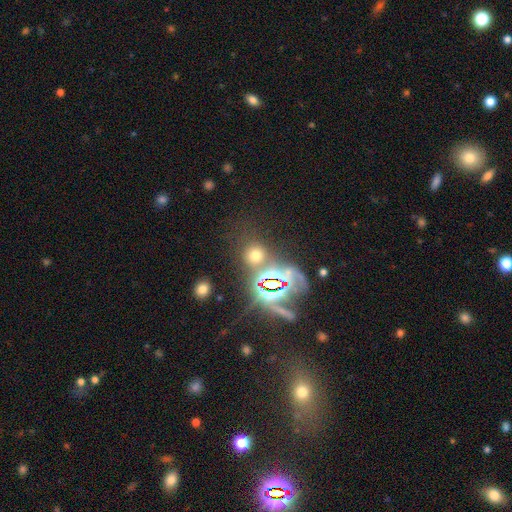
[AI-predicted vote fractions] Morphology: type=smooth (51%); roundness=round (83%); merging=none (68%).